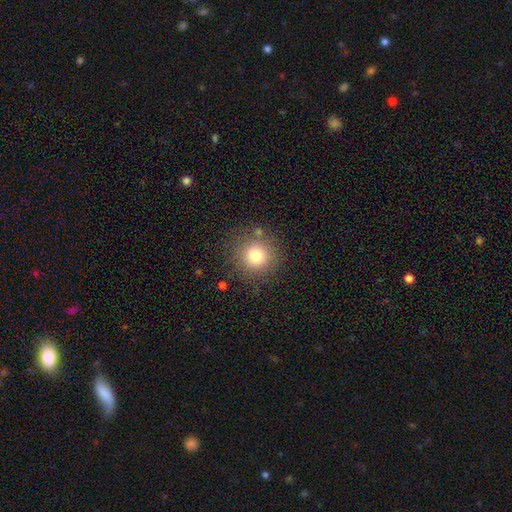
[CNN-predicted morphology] This appears to be a smooth galaxy with no disk features (78%) that is round (93%). Merging: none (84%).